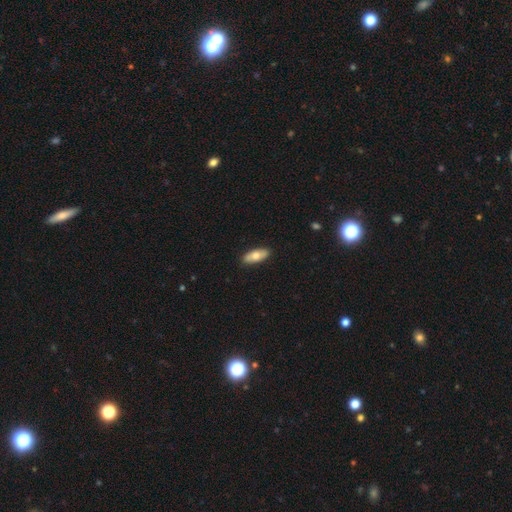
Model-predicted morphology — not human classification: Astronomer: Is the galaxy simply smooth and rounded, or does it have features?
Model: smooth — 71%.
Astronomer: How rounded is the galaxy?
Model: in between — 78%.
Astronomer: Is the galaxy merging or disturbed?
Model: none — 89%.